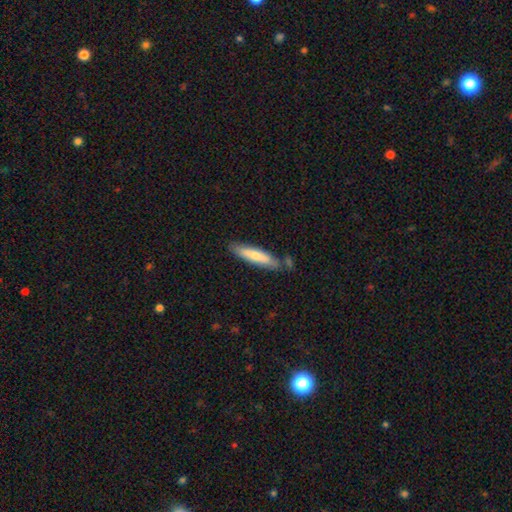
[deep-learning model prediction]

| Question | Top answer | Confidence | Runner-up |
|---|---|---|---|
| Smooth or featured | smooth | 67% | featured or disk (28%) |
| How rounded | cigar-shaped | 80% | in between (19%) |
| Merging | none | 74% | minor disturbance (16%) |